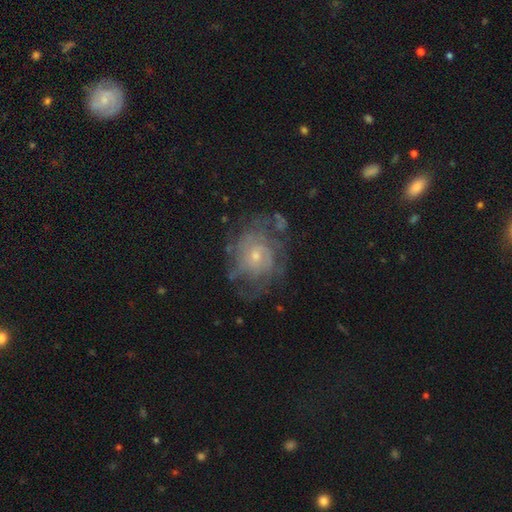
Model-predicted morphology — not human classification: This appears to be a featured or disk galaxy (75%) with no bar (75%), tight (58%) spiral arms (80%) and a small central bulge (65%). Merging: none (62%).